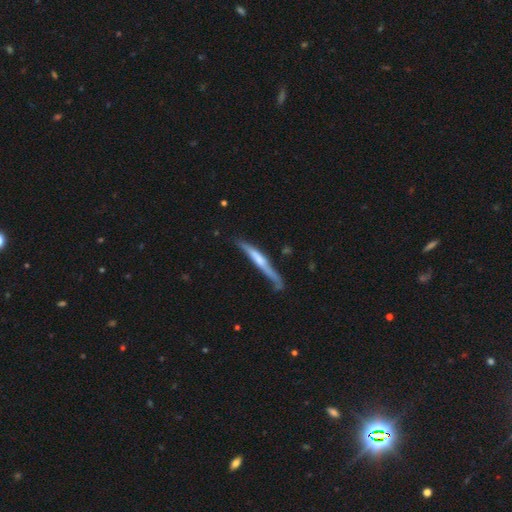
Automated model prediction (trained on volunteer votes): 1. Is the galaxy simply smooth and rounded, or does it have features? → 64% featured or disk, 30% smooth, 6% star or artifact.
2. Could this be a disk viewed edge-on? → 94% yes, 6% no.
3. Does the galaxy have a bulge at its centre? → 48% rounded, 36% none, 17% boxy.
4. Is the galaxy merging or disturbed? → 69% none, 22% minor disturbance, 6% major disturbance, 3% merger.